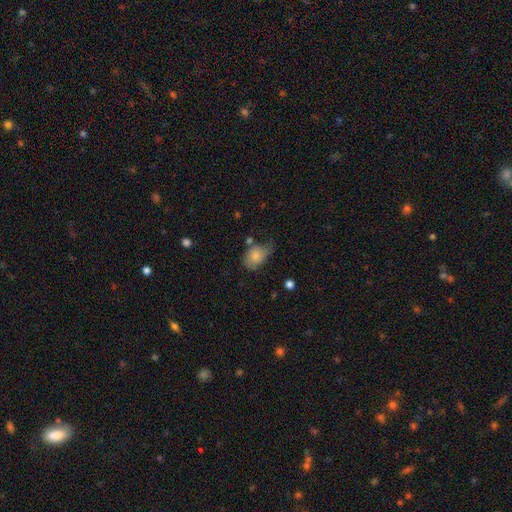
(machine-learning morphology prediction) Smooth or featured: smooth — 68% (featured or disk — 24%)
How rounded: in between — 74% (round — 25%)
Merging: none — 41% (minor disturbance — 37%)